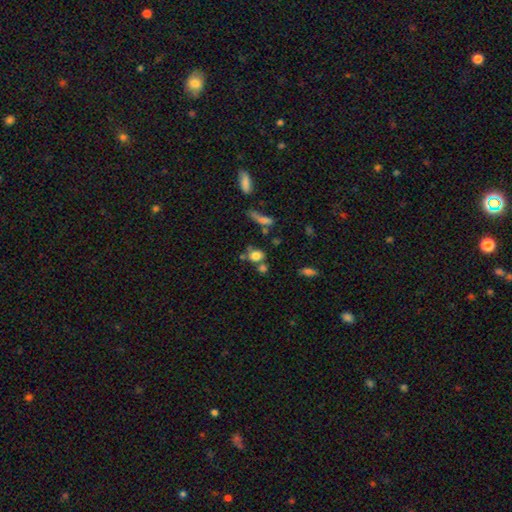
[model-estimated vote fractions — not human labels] smooth 77%, star or artifact 12%, featured or disk 11%. Down the decision tree: how rounded — round (58%); merging — none (54%).